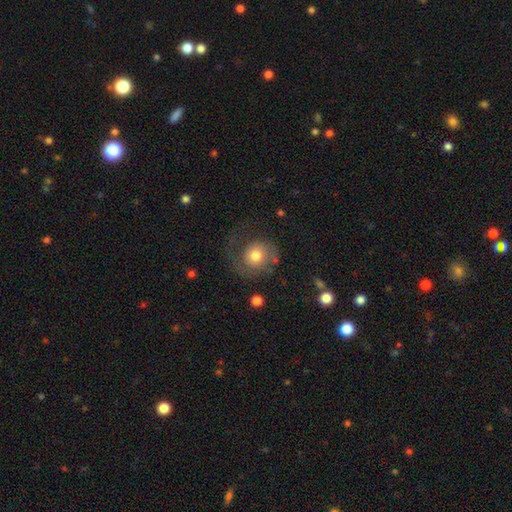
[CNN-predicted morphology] type=smooth (51%); roundness=round (81%); merging=none (46%).